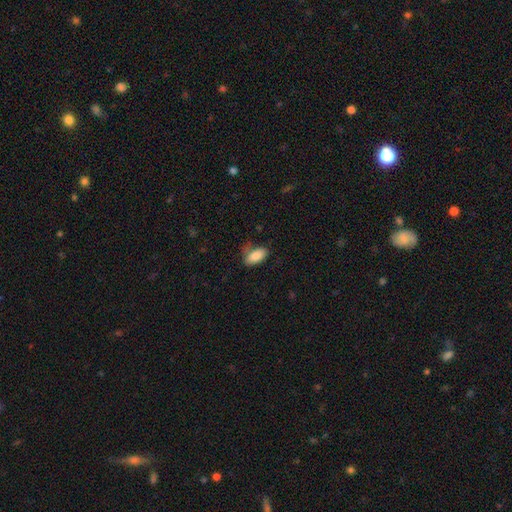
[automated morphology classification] smooth 87%, star or artifact 7%, featured or disk 6%. Down the decision tree: how rounded — in between (93%); merging — none (61%).